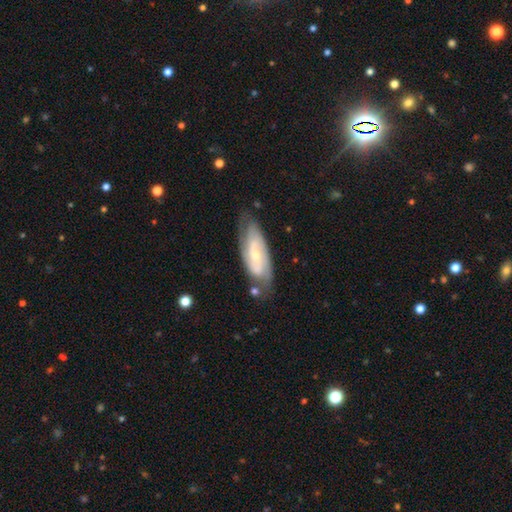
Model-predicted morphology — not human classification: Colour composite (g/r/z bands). It shows a featured or disk galaxy (78%) with a weak bar (41%), 2 (69%) tight (43%, tied with medium) spiral arms (93%) and a small central bulge (62%). Merging: none (72%).